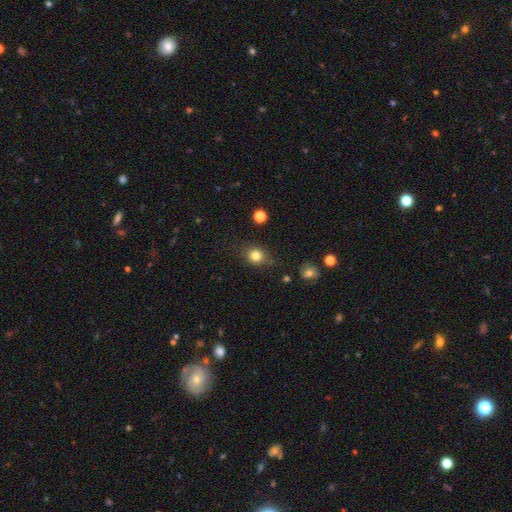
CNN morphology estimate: smooth-or-featured: smooth: 82% | star or artifact: 12% | featured or disk: 6%
  how-rounded: round: 73% | in between: 26% | cigar-shaped: 1%
  merging: none: 82% | minor disturbance: 12% | major disturbance: 3% | merger: 2%